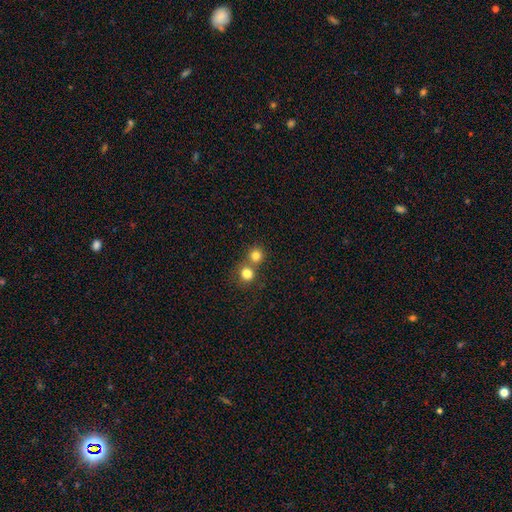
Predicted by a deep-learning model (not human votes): A smooth galaxy with no disk features (79%) that is round (90%). Merging: none (53%).